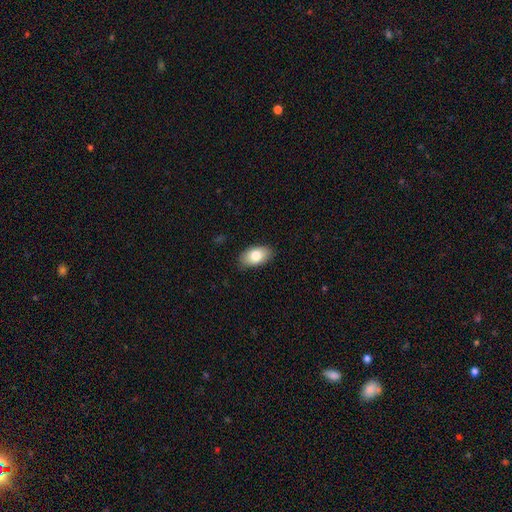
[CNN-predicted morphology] Smooth or featured: smooth — 81% (featured or disk — 12%)
How rounded: in between — 93% (round — 5%)
Merging: none — 86% (minor disturbance — 11%)